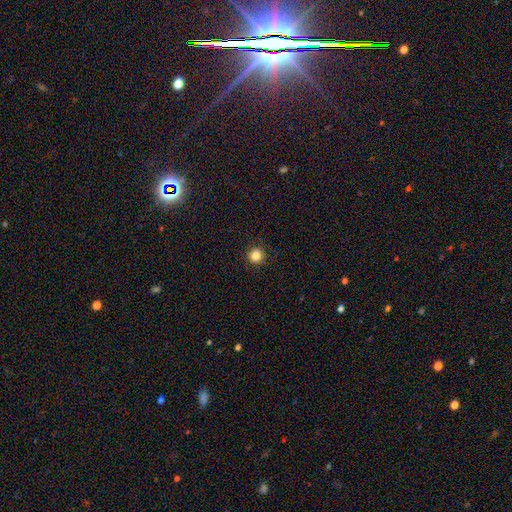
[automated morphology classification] A smooth galaxy with no disk features (84%) that is round (96%).

Vote fractions:
- Smooth or featured? smooth: 84% / star or artifact: 12% / featured or disk: 4%
- How rounded? round: 96% / in between: 3% / cigar-shaped: 1%
- Merging? none: 92% / minor disturbance: 5% / major disturbance: 2% / merger: 1%